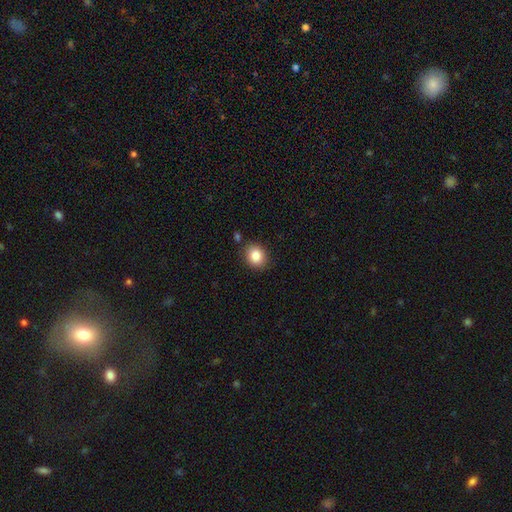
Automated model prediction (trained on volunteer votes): The model was most divided on "how rounded": round: 65%, in between: 34%, cigar-shaped: 1%. More confident: merging — none (84%); smooth or featured — smooth (84%).